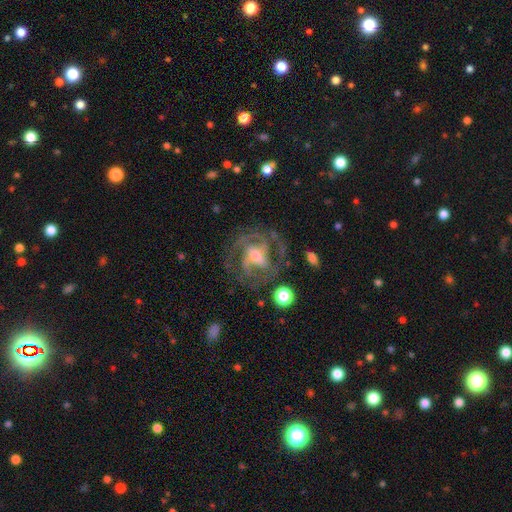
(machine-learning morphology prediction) The model was most divided on "spiral winding": medium: 47%, tight: 42%, loose: 11%. Remaining: edge-on disk — no (97%); spiral arms — yes (93%); smooth or featured — featured or disk (86%); merging — none (68%); bulge size — moderate (50%); bar — weak (46%); spiral arm count — 3 (36%).